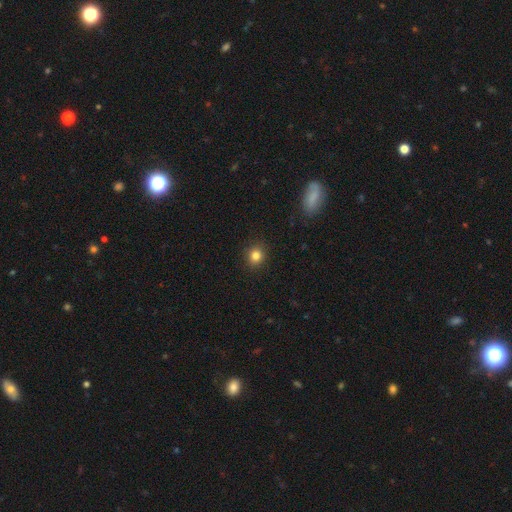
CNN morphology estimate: smooth_or_featured: smooth (p=0.82) [alt: star or artifact p=0.12]
how_rounded: round (p=0.85) [alt: in between p=0.14]
merging: none (p=0.91) [alt: minor disturbance p=0.06]